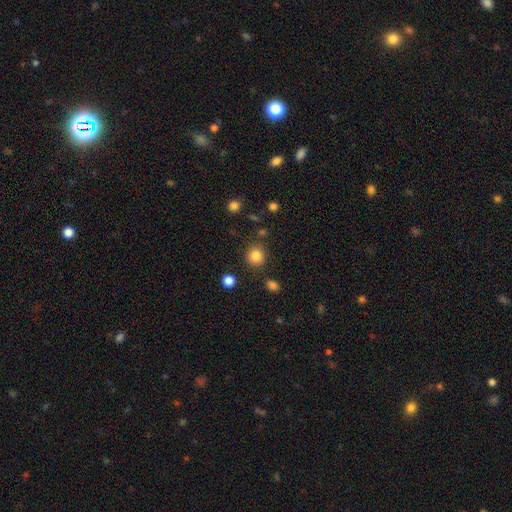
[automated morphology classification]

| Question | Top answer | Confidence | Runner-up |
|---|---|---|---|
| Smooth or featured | smooth | 85% | star or artifact (11%) |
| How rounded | round | 88% | in between (11%) |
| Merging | none | 84% | minor disturbance (9%) |